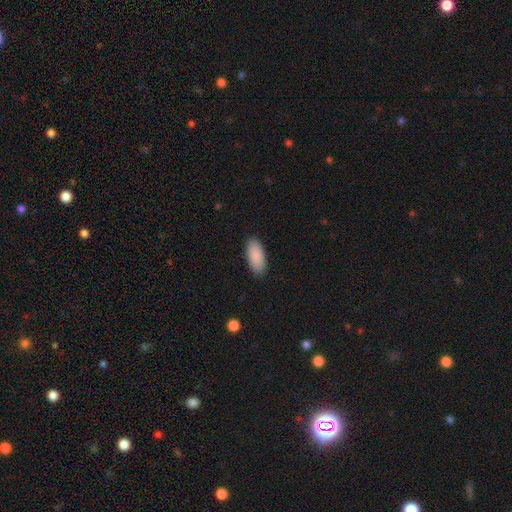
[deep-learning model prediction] smooth_or_featured: smooth (p=0.90) [alt: star or artifact p=0.06]
how_rounded: in between (p=0.90) [alt: cigar-shaped p=0.09]
merging: none (p=0.89) [alt: minor disturbance p=0.08]